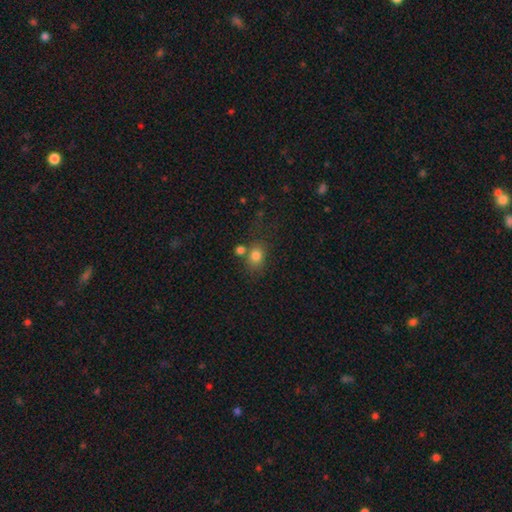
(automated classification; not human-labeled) smooth 80%, star or artifact 12%, featured or disk 8%. Down the decision tree: how rounded — round (51%); merging — none (59%).